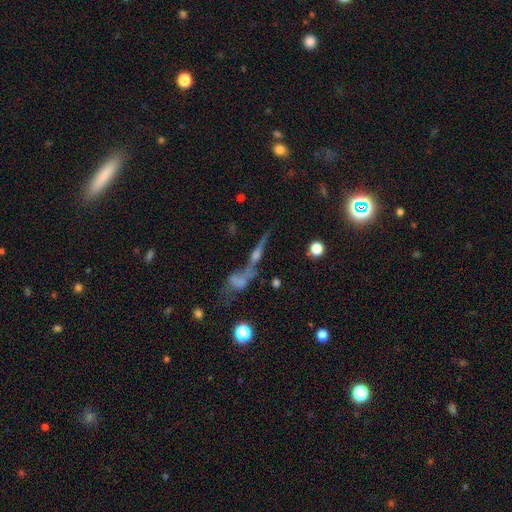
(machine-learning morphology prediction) smooth_or_featured: featured or disk (p=0.53) [alt: star or artifact p=0.24]
disk_edge_on: yes (p=0.69) [alt: no p=0.31]
merging: none (p=0.38) [tied with: merger p=0.38]